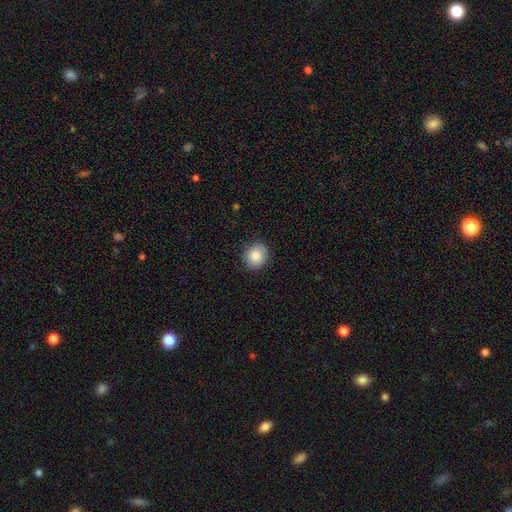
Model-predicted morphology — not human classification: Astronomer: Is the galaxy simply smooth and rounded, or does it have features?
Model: smooth — 86%.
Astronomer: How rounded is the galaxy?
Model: round — 77%.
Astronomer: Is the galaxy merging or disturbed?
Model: none — 89%.